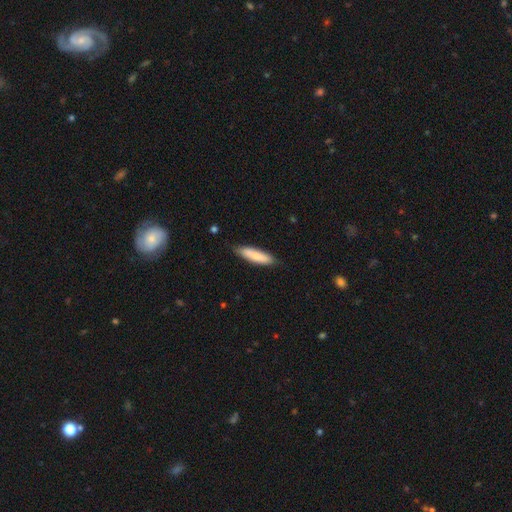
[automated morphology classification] A smooth galaxy with no disk features (80%) that is cigar-shaped (70%).

Vote fractions:
- Smooth or featured? smooth: 80% / featured or disk: 14% / star or artifact: 6%
- How rounded? cigar-shaped: 70% / in between: 29% / round: 1%
- Merging? none: 82% / minor disturbance: 15% / major disturbance: 2% / merger: 1%